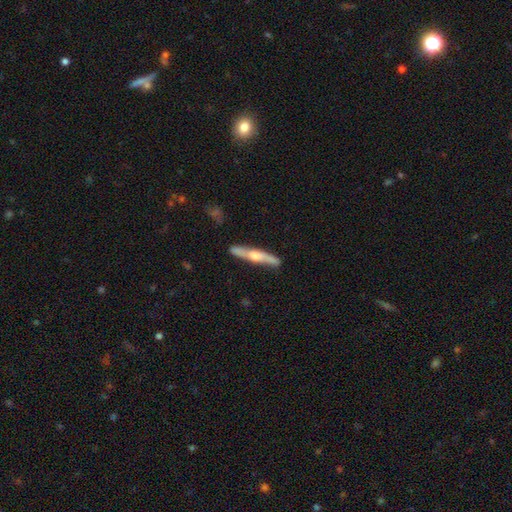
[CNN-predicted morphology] Overall: featured or disk (62%; smooth 33%). Edge-on disk: yes (88%). Edge-on bulge: rounded (84%). Merging: none (85%).